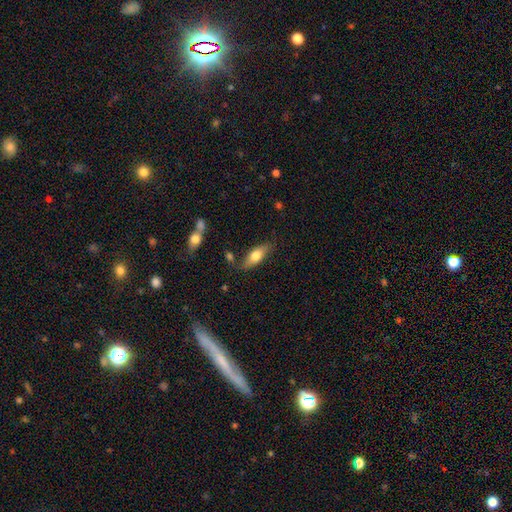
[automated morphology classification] smooth-or-featured: smooth: 68% | featured or disk: 25% | star or artifact: 6%
  how-rounded: in between: 71% | cigar-shaped: 26% | round: 3%
  merging: none: 76% | minor disturbance: 16% | merger: 5% | major disturbance: 4%